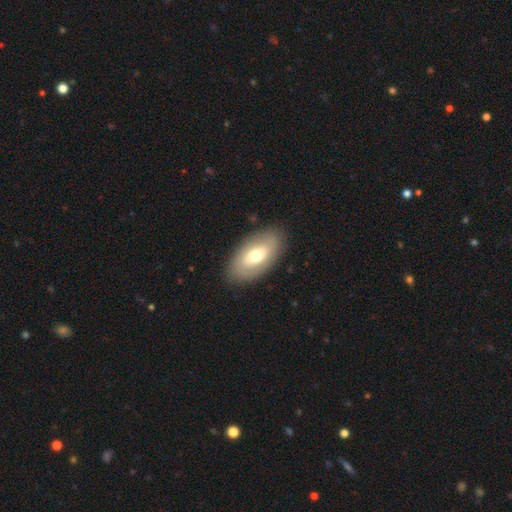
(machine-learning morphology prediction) A smooth galaxy with no disk features (57%) that is in between round and cigar-shaped (93%).

Vote fractions:
- Smooth or featured? smooth: 57% / featured or disk: 36% / star or artifact: 6%
- How rounded? in between: 93% / round: 5% / cigar-shaped: 2%
- Merging? none: 85% / minor disturbance: 10% / major disturbance: 3% / merger: 1%